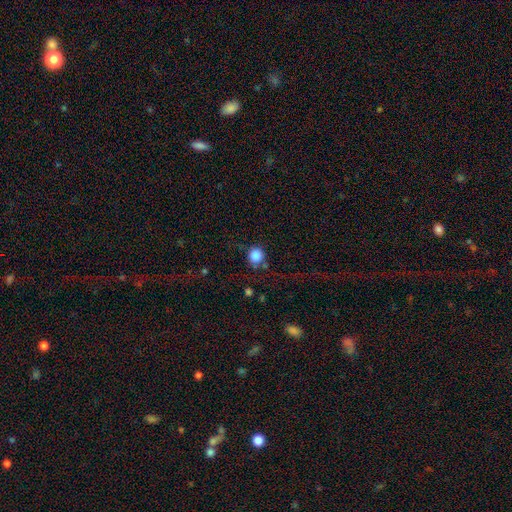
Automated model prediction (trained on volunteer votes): Smooth or featured? Predicted: smooth (p=0.84). How rounded? Predicted: round (p=0.91). Merging? Predicted: none (p=0.73).